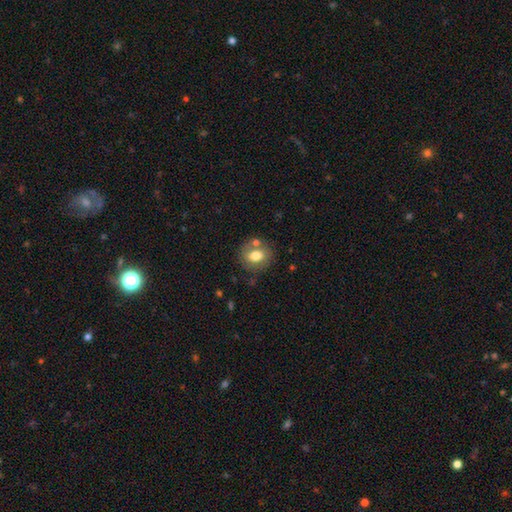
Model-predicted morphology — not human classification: smooth 74%, featured or disk 17%, star or artifact 9%. Down the decision tree: how rounded — round (62%); merging — none (70%).